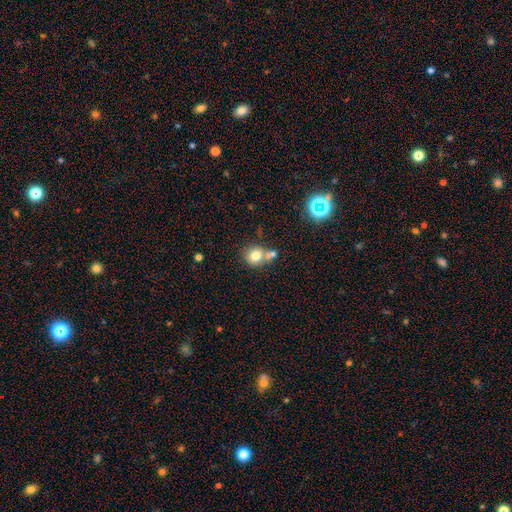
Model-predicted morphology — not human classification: A smooth galaxy with no disk features (76%) that is round (80%). Merging: none (51%).